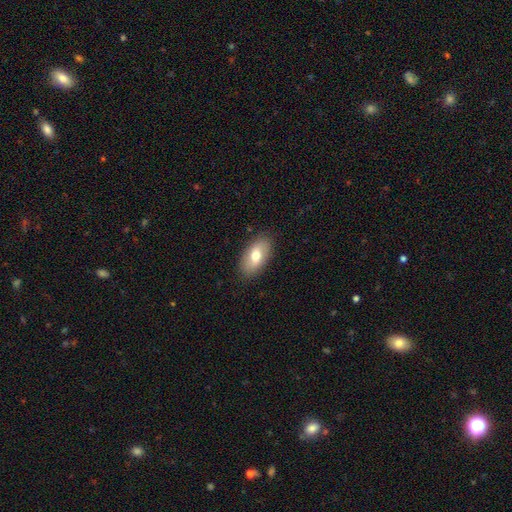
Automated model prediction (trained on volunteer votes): smooth-or-featured: smooth: 71% | featured or disk: 22% | star or artifact: 7%
  how-rounded: in between: 92% | round: 4% | cigar-shaped: 4%
  merging: none: 87% | minor disturbance: 10% | major disturbance: 2% | merger: 1%